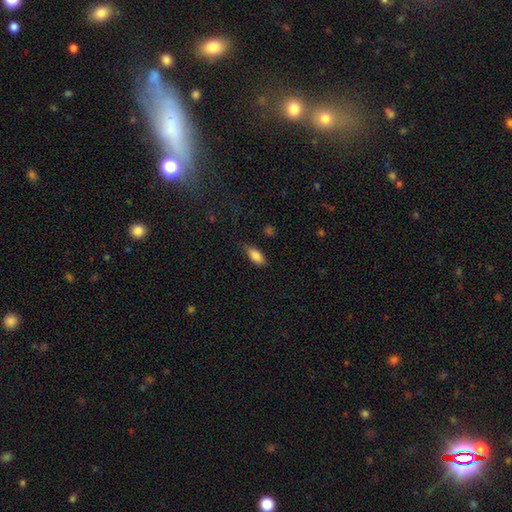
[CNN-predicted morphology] smooth_or_featured: smooth (p=0.84) [alt: star or artifact p=0.08]
how_rounded: in between (p=0.85) [alt: cigar-shaped p=0.12]
merging: none (p=0.67) [alt: minor disturbance p=0.26]